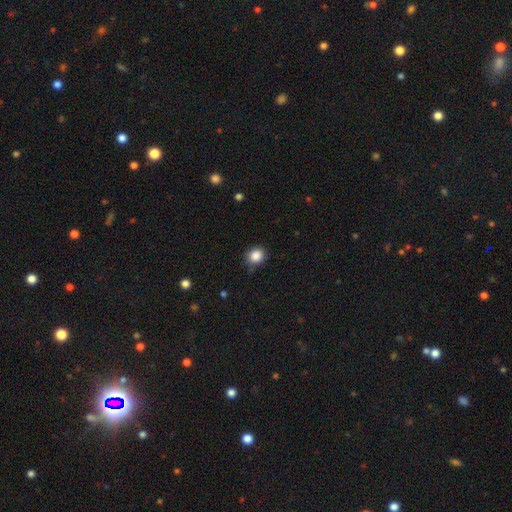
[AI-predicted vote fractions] Q: Smooth or featured?
A: smooth (87%); runner-up: star or artifact (10%)
Q: How rounded?
A: round (71%); runner-up: in between (28%)
Q: Merging?
A: none (83%); runner-up: minor disturbance (13%)